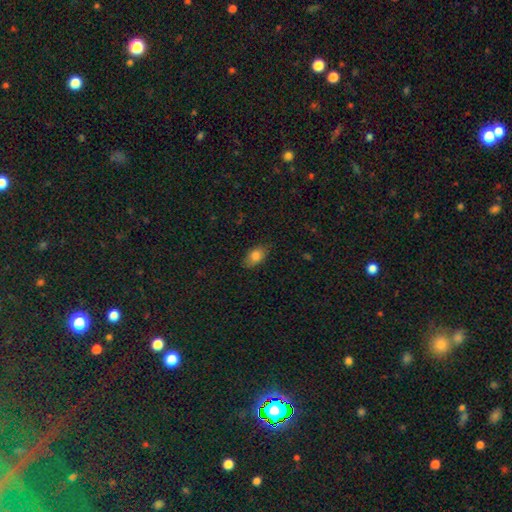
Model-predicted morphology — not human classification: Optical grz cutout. It shows a smooth galaxy with no disk features (81%) that is in between round and cigar-shaped (88%). Merging: none (80%).